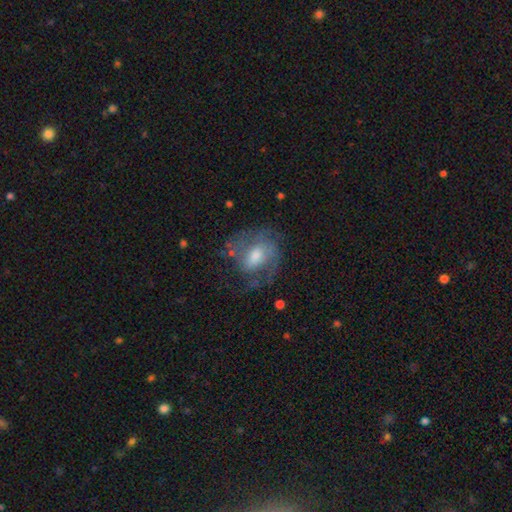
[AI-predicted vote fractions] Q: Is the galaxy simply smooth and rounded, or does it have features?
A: featured or disk — 71%.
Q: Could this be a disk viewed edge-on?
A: no — 97%.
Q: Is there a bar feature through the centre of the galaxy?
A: weak — 49%.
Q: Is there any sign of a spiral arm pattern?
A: yes — 88%.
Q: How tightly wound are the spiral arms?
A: medium — 46%.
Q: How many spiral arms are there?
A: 2 — 51%.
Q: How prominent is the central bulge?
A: moderate — 58%.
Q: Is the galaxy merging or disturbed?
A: none — 57%.